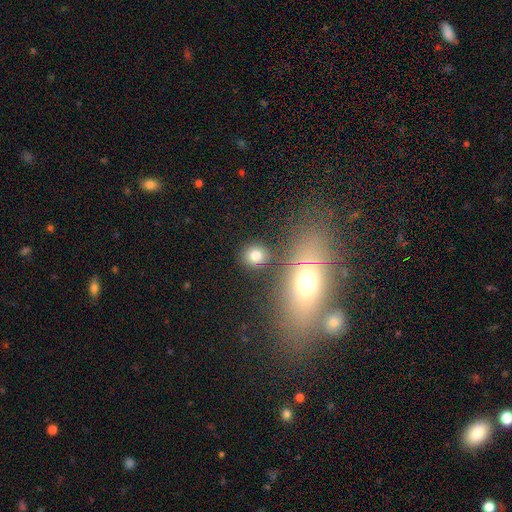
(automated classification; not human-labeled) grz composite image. It shows a smooth galaxy with no disk features (78%) that is round (78%). Merging: none (80%).